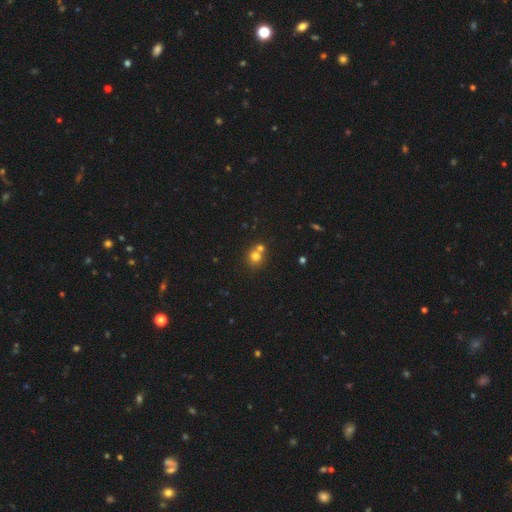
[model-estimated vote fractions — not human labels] smooth 74%, star or artifact 15%, featured or disk 11%. Down the decision tree: how rounded — round (84%); merging — none (49%).